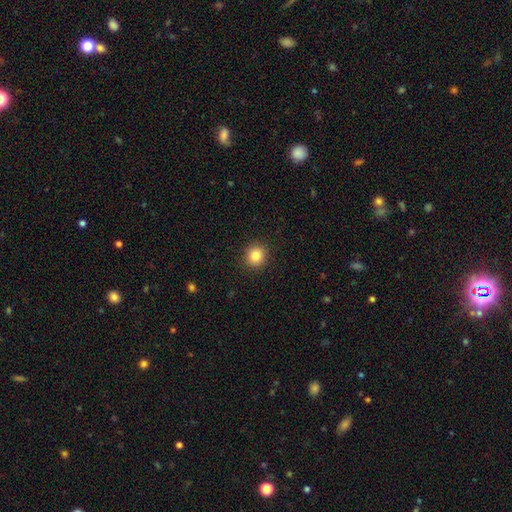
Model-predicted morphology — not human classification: The model was most divided on "smooth or featured": smooth: 83%, star or artifact: 11%, featured or disk: 6%. More confident: merging — none (92%); how rounded — round (89%).